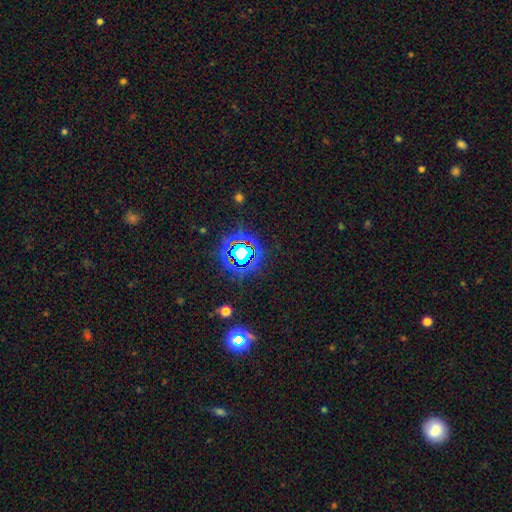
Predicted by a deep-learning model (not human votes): Smooth or featured? Predicted: star or artifact (p=0.75).